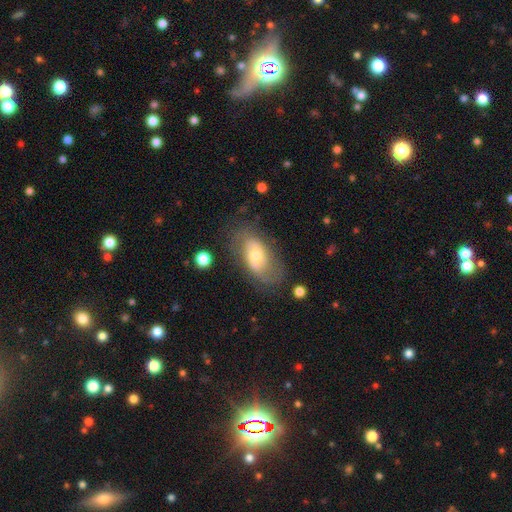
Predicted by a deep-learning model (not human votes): This is possibly a featured or disk galaxy (52%). It is clearly not viewed edge-on (91%). Merging: likely none (66%).